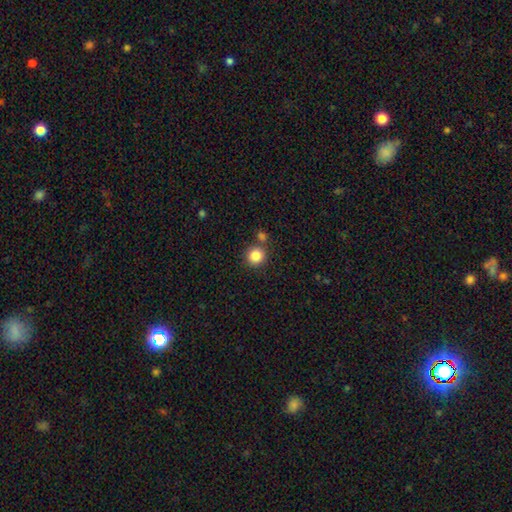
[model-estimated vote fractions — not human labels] Overall: smooth (85%). How rounded: round (92%). Merging: none (77%).